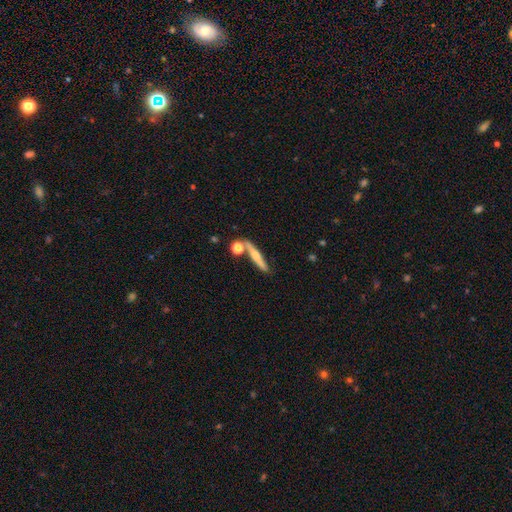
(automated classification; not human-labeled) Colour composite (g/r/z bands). It shows a featured or disk galaxy (49%). Merging: none (74%).